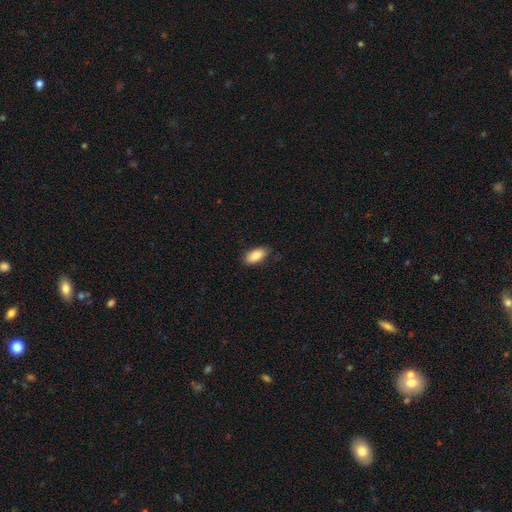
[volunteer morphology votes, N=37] Smooth or featured?
  - smooth: 86% *
  - featured or disk: 11%
  - star or artifact: 3%
How rounded?
  - in between: 94% *
  - round: 6%
  - cigar-shaped: 0%
Merging?
  - none: 78% *
  - minor disturbance: 19%
  - major disturbance: 3%
  - merger: 0%